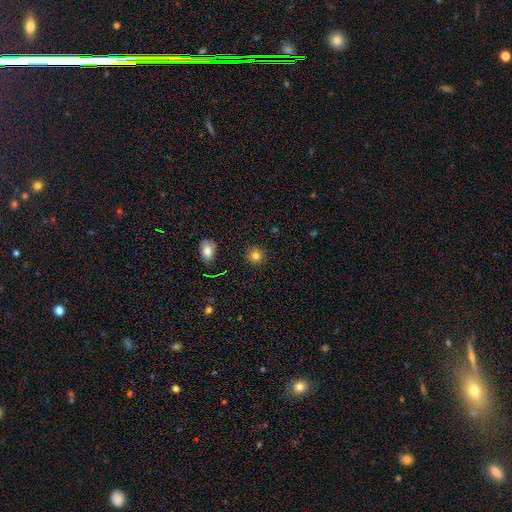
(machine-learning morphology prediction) type=smooth (82%); roundness=round (91%); merging=none (91%).